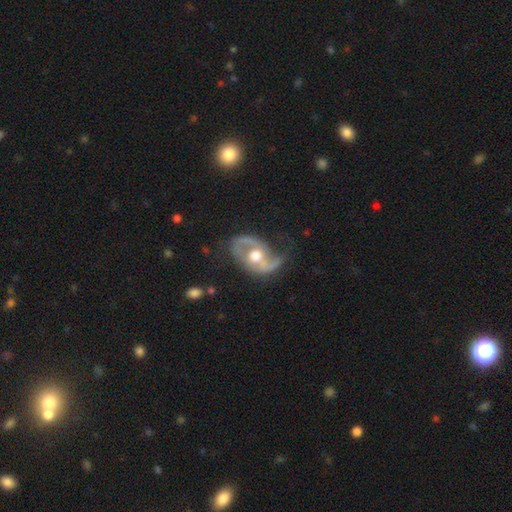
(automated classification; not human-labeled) Smooth or featured: featured or disk — 82% (smooth — 13%)
Edge-on disk: no — 96% (yes — 4%)
Bar: no — 60% (weak — 28%)
Spiral arms: yes — 80% (no — 20%)
Spiral winding: loose — 43% (medium — 42%)
Spiral arm count: 2 — 84% (1 — 6%)
Bulge size: moderate — 72% (large — 21%)
Merging: none — 55% (minor disturbance — 24%)